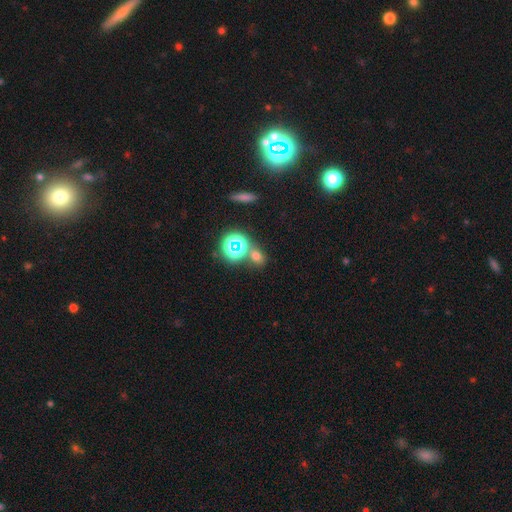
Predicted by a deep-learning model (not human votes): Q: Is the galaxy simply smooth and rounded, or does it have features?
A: smooth — 57%.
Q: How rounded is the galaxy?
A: round — 53%.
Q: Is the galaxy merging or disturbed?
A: none — 67%.